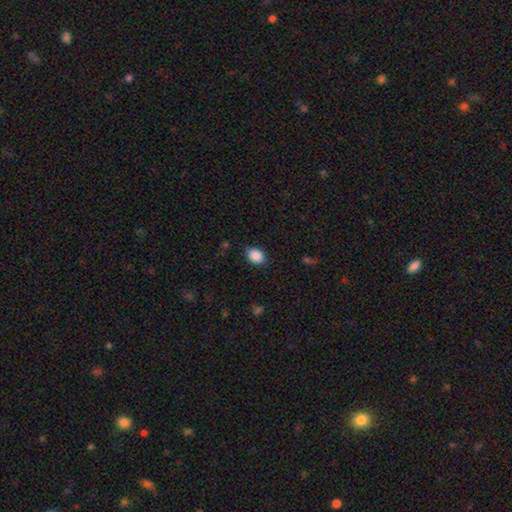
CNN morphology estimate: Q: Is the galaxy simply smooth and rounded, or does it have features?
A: smooth — 89%.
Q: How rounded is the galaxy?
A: in between — 73%.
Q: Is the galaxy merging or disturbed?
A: none — 85%.